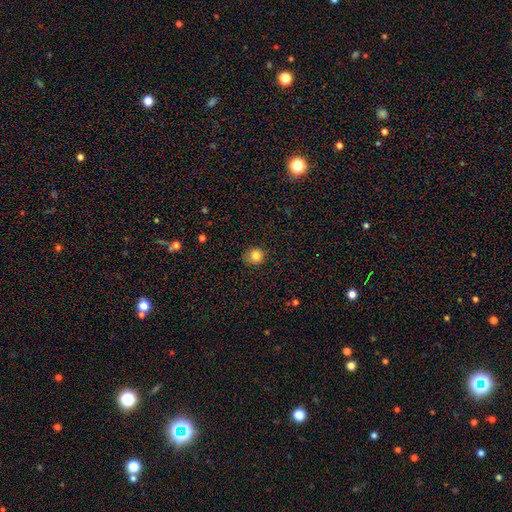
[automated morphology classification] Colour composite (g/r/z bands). It shows a smooth galaxy with no disk features (83%) that is round (83%). Merging: none (83%).